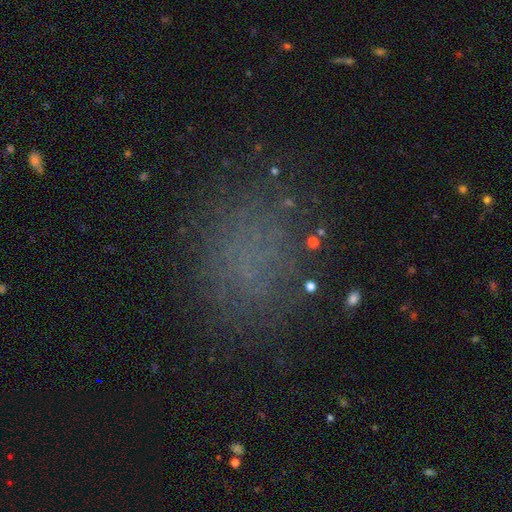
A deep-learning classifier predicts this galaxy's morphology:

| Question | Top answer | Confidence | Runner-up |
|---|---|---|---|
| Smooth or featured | smooth | 55% | star or artifact (28%) |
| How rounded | round | 53% | in between (46%) |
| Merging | none | 74% | minor disturbance (14%) |